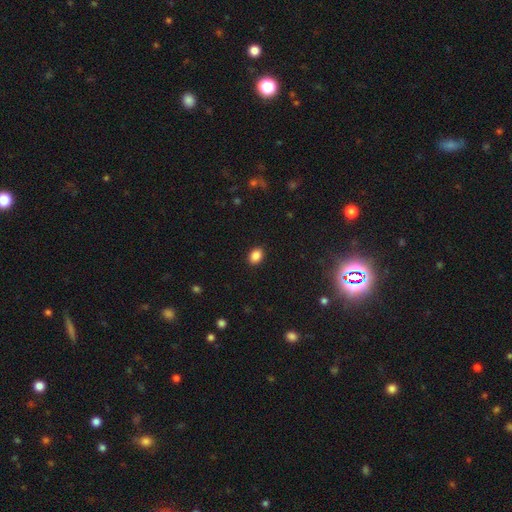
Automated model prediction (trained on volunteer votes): smooth 88%, star or artifact 9%, featured or disk 3%. Down the decision tree: how rounded — in between (70%); merging — none (90%).